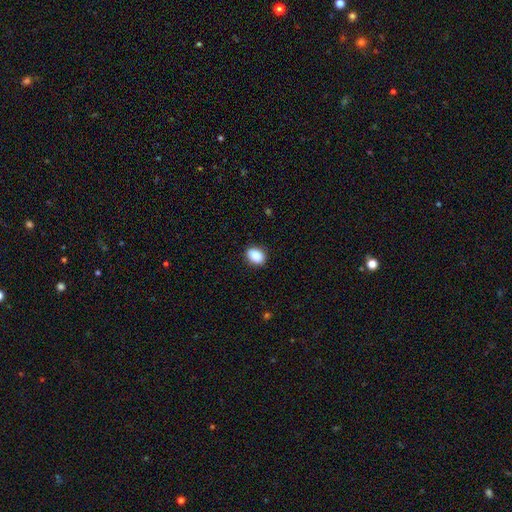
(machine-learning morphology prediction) smooth-or-featured: smooth: 89% | star or artifact: 8% | featured or disk: 3%
  how-rounded: in between: 74% | round: 25% | cigar-shaped: 1%
  merging: none: 87% | minor disturbance: 10% | major disturbance: 2% | merger: 1%